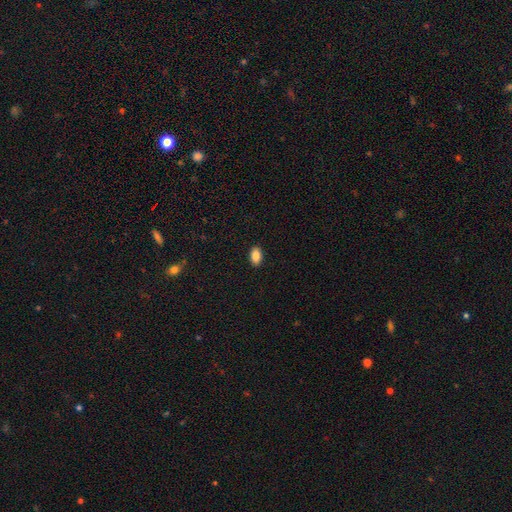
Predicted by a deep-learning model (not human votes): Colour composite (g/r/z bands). It shows a smooth galaxy with no disk features (87%) that is in between round and cigar-shaped (91%). Merging: none (91%).